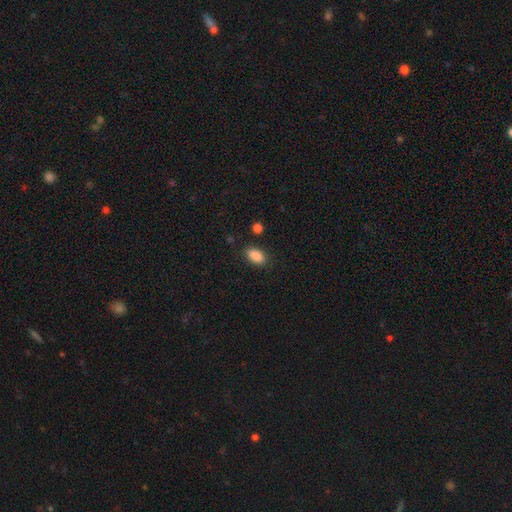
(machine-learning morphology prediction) Smooth or featured? smooth (89%)
How rounded? in between (90%)
Merging? none (83%)